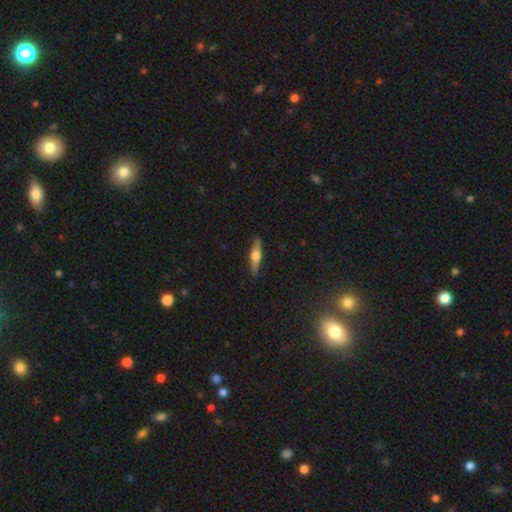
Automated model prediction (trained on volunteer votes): A featured or disk galaxy (57%) viewed edge-on (95%) with a rounded central bulge (92%).

Vote fractions:
- Smooth or featured? featured or disk: 57% / smooth: 37% / star or artifact: 6%
- Edge-on disk? yes: 95% / no: 5%
- Edge-on bulge? rounded: 92% / boxy: 5% / none: 3%
- Merging? none: 90% / minor disturbance: 7% / major disturbance: 2% / merger: 1%